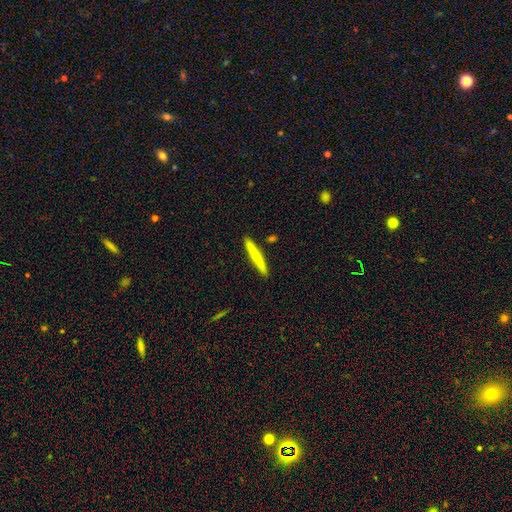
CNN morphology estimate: Overall: smooth (70%). How rounded: cigar-shaped (96%). Merging: none (91%).